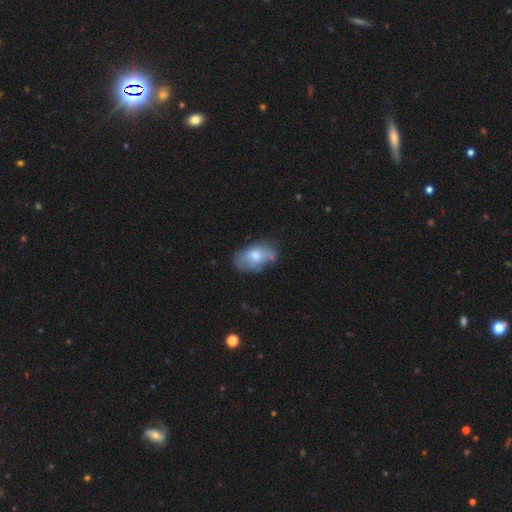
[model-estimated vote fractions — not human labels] smooth-or-featured: smooth: 62% | featured or disk: 32% | star or artifact: 7%
  how-rounded: in between: 92% | round: 6% | cigar-shaped: 2%
  merging: none: 57% | minor disturbance: 28% | major disturbance: 10% | merger: 6%